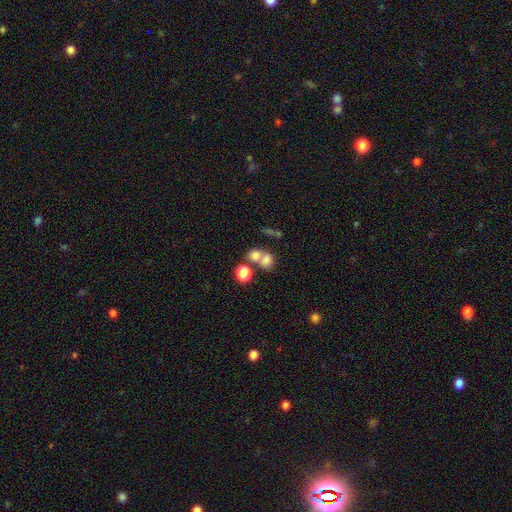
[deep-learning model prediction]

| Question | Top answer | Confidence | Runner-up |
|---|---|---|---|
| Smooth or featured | smooth | 72% | featured or disk (15%) |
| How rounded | round | 61% | in between (37%) |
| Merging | merger | 53% | none (34%) |